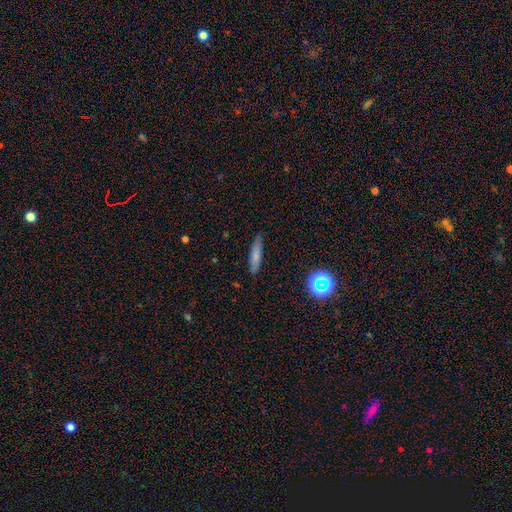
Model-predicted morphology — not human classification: Smooth or featured: smooth — 68% (featured or disk — 22%)
How rounded: cigar-shaped — 80% (in between — 18%)
Merging: none — 82% (minor disturbance — 14%)